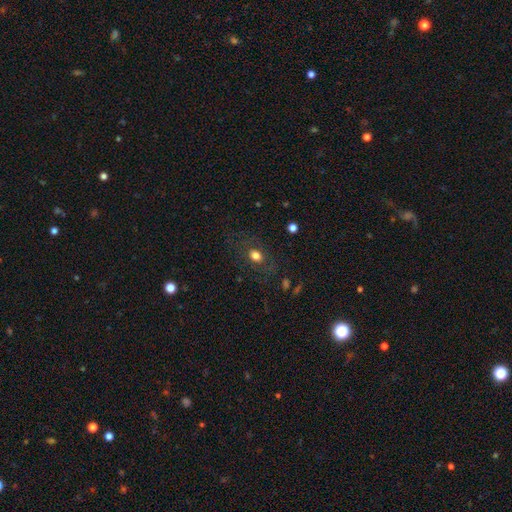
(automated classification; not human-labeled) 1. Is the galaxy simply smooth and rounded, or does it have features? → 71% smooth, 16% featured or disk, 13% star or artifact.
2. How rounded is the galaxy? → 59% in between, 39% round, 2% cigar-shaped.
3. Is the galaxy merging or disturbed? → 76% none, 14% minor disturbance, 9% major disturbance, 1% merger.